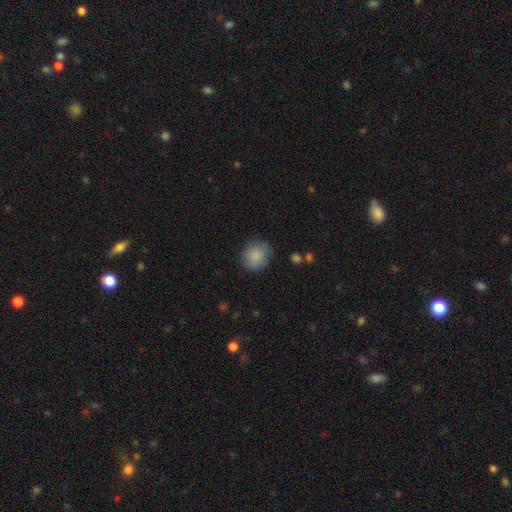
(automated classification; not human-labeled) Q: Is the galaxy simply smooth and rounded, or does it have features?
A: smooth — 87%.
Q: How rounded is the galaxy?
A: round — 82%.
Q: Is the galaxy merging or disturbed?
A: none — 81%.